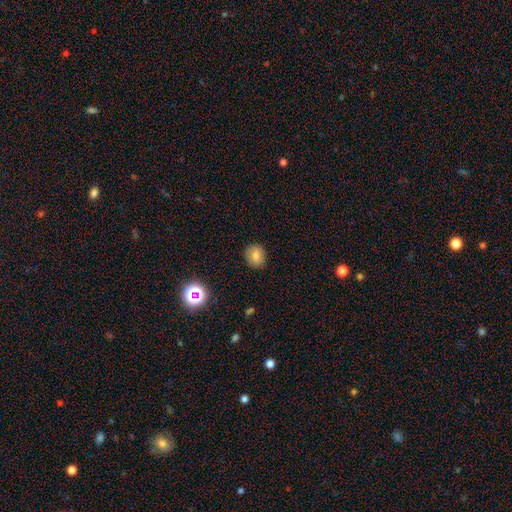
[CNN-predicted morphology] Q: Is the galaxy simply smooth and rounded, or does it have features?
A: smooth — 78%.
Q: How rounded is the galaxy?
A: round — 78%.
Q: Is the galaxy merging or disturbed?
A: none — 88%.